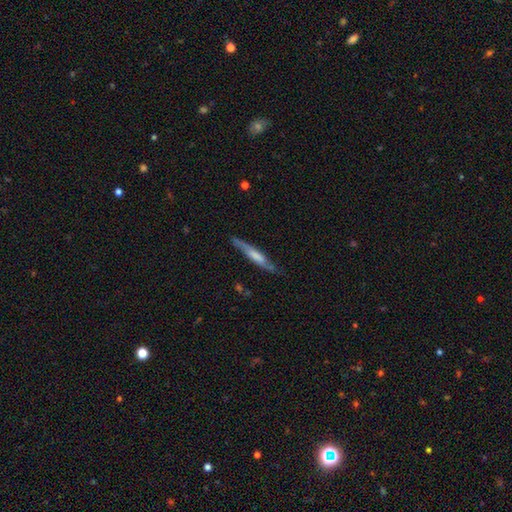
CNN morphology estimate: Q: Smooth or featured?
A: featured or disk (51%); runner-up: smooth (44%)
Q: Edge-on disk?
A: yes (82%); runner-up: no (18%)
Q: Merging?
A: none (75%); runner-up: minor disturbance (19%)